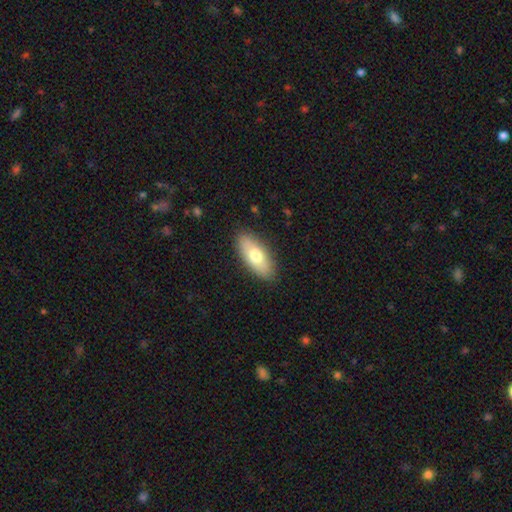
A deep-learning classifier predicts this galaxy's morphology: A smooth galaxy with no disk features (70%) that is in between round and cigar-shaped (82%). Merging: none (87%).